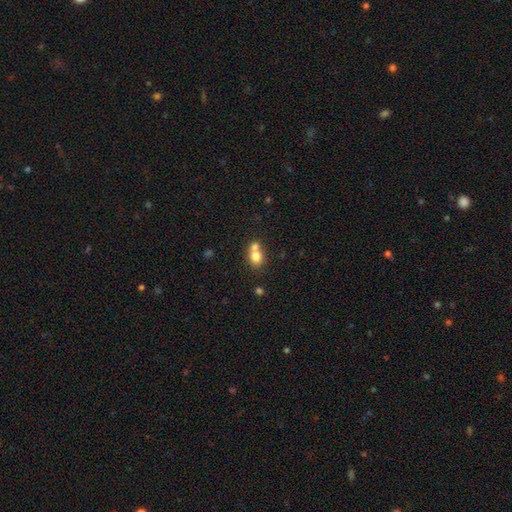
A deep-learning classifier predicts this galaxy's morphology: Q: Smooth or featured?
A: smooth (76%); runner-up: featured or disk (14%)
Q: How rounded?
A: round (56%); runner-up: in between (43%)
Q: Merging?
A: merger (54%); runner-up: none (34%)